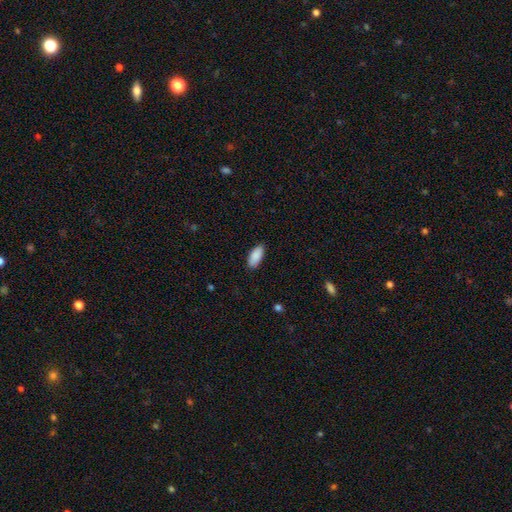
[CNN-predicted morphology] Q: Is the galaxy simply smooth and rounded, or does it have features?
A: smooth — 90%.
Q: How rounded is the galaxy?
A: in between — 89%.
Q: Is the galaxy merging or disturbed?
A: none — 87%.